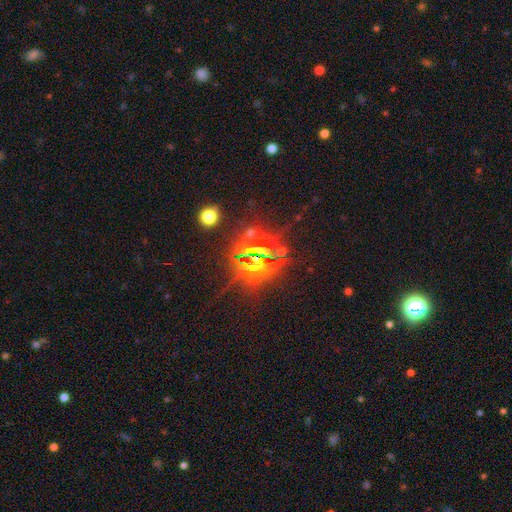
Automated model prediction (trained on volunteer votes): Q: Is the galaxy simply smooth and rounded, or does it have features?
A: star or artifact — 76%.